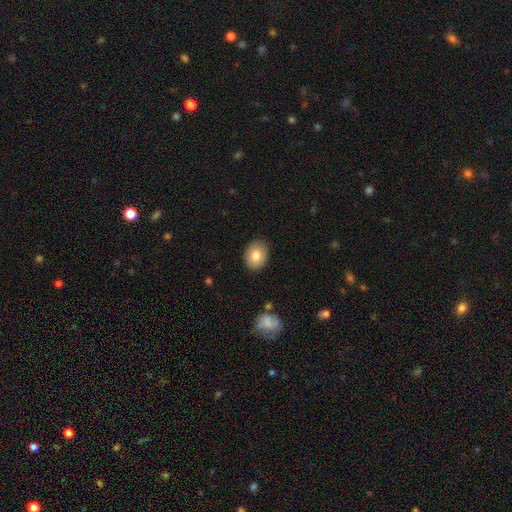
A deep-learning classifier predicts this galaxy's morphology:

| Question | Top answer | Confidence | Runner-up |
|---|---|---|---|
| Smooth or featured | smooth | 80% | featured or disk (13%) |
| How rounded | in between | 65% | round (35%) |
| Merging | none | 87% | minor disturbance (10%) |